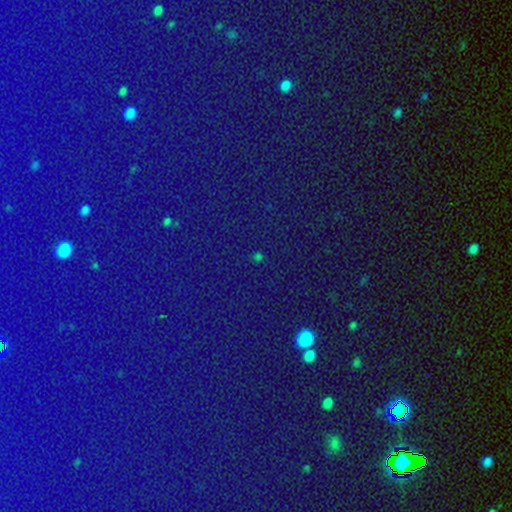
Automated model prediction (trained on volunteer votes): Smooth or featured? star or artifact (77%)